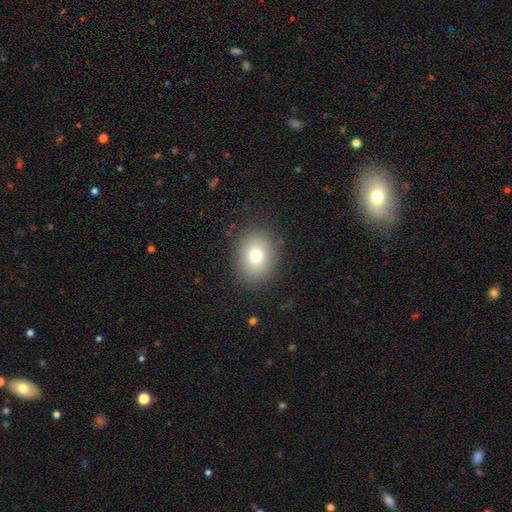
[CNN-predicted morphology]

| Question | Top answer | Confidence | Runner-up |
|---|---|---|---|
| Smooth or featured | smooth | 76% | featured or disk (12%) |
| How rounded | round | 50% | in between (49%) |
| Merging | none | 87% | minor disturbance (9%) |